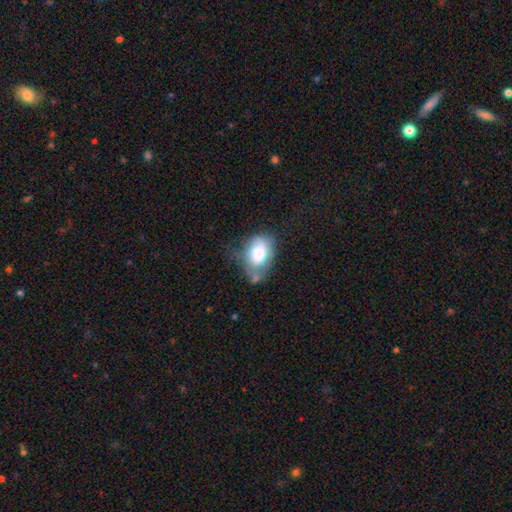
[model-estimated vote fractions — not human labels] The model was most divided on "merging": minor disturbance: 36%, none: 32%, major disturbance: 22%, merger: 10%. More confident: how rounded — in between (82%); smooth or featured — smooth (72%).